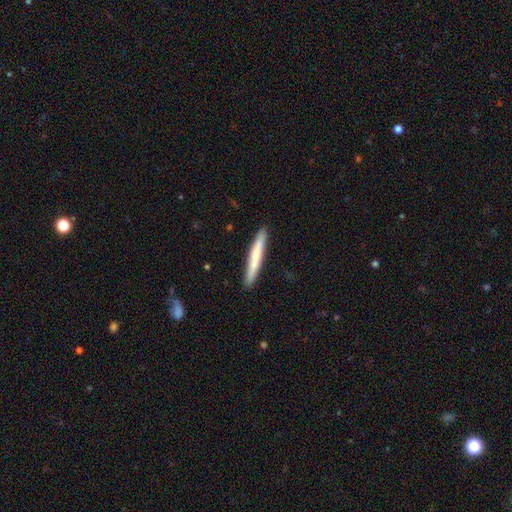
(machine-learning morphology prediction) smooth_or_featured: smooth (p=0.62) [alt: featured or disk p=0.33]
how_rounded: cigar-shaped (p=0.96) [alt: in between p=0.03]
merging: none (p=0.90) [alt: minor disturbance p=0.07]